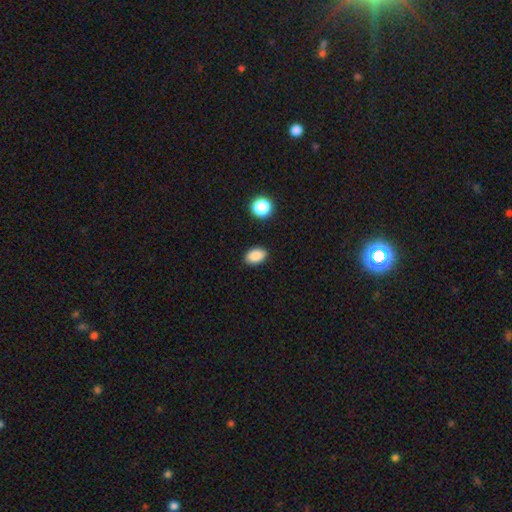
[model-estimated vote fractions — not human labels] Smooth or featured? smooth (88%)
How rounded? in between (87%)
Merging? none (87%)